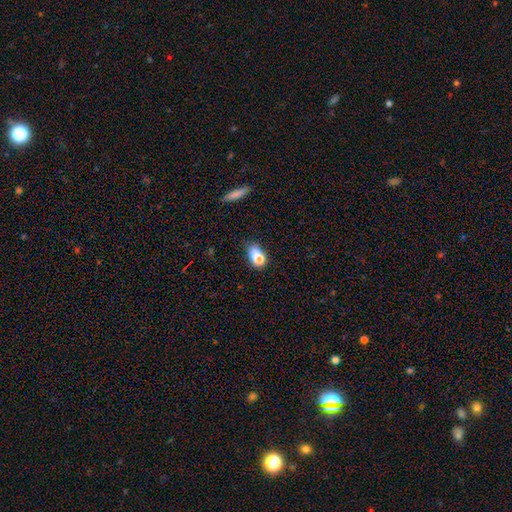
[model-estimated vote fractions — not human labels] Smooth or featured?
  - smooth: 76% *
  - featured or disk: 14%
  - star or artifact: 10%
How rounded?
  - in between: 80% *
  - round: 15%
  - cigar-shaped: 5%
Merging?
  - none: 39% *
  - merger: 25%
  - minor disturbance: 24%
  - major disturbance: 11%